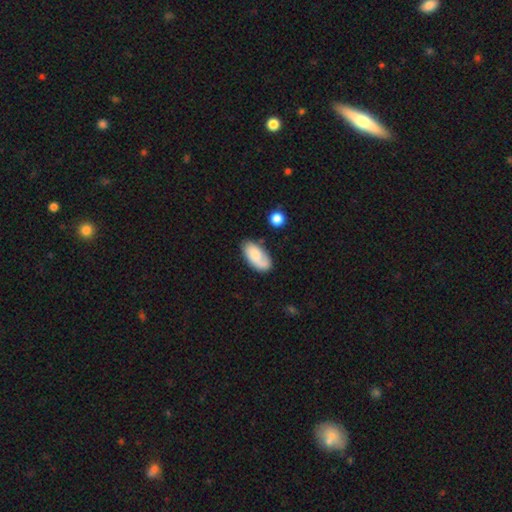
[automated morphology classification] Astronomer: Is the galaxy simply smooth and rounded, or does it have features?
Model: smooth — 67%.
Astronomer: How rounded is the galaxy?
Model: in between — 94%.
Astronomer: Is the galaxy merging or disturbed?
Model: none — 66%.